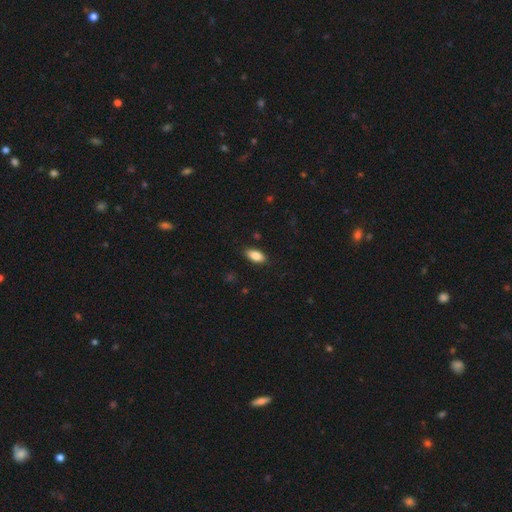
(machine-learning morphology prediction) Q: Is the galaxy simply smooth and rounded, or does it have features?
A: smooth — 85%.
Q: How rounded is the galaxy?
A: in between — 89%.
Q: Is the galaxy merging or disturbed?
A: none — 87%.